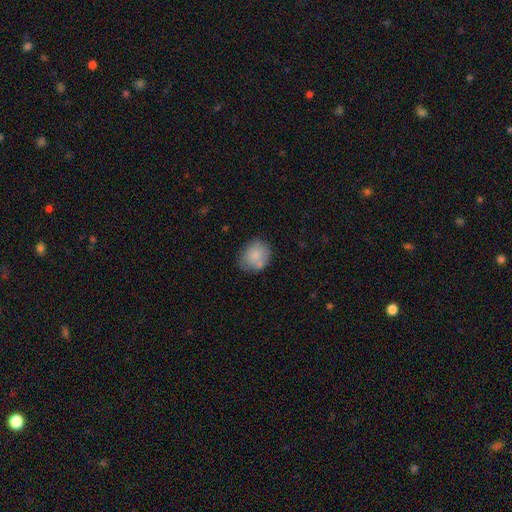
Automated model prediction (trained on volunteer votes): A smooth galaxy with no disk features (81%) that is round (64%).

Vote fractions:
- Smooth or featured? smooth: 81% / featured or disk: 12% / star or artifact: 8%
- How rounded? round: 64% / in between: 35% / cigar-shaped: 1%
- Merging? none: 61% / minor disturbance: 22% / merger: 11% / major disturbance: 6%